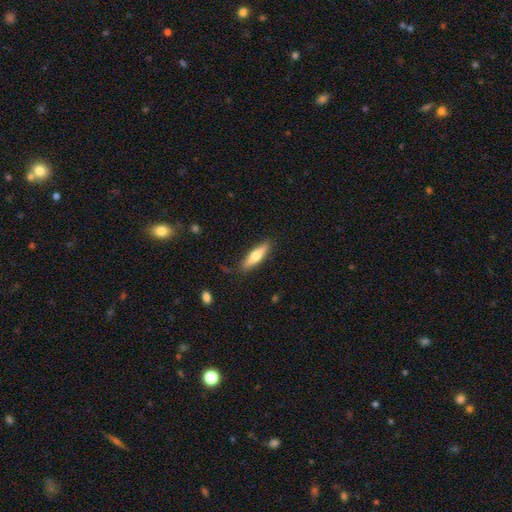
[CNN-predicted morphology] The model was most divided on "smooth or featured": smooth: 59%, featured or disk: 36%, star or artifact: 6%. More confident: merging — none (85%); how rounded — cigar-shaped (66%).